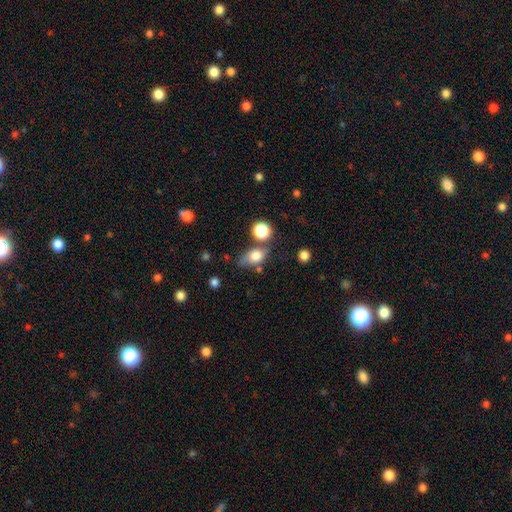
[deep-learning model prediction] Q: Smooth or featured?
A: smooth (75%); runner-up: featured or disk (15%)
Q: How rounded?
A: in between (66%); runner-up: round (29%)
Q: Merging?
A: none (51%); runner-up: minor disturbance (24%)